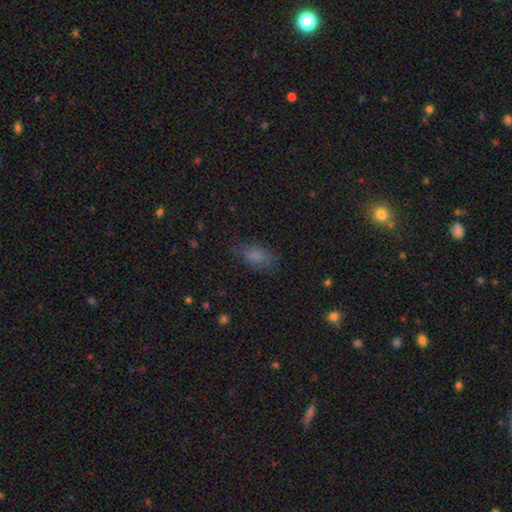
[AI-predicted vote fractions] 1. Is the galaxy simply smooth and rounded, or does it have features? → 79% smooth, 11% star or artifact, 10% featured or disk.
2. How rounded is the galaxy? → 88% in between, 7% cigar-shaped, 5% round.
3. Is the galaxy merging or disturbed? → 74% none, 18% minor disturbance, 6% major disturbance, 1% merger.